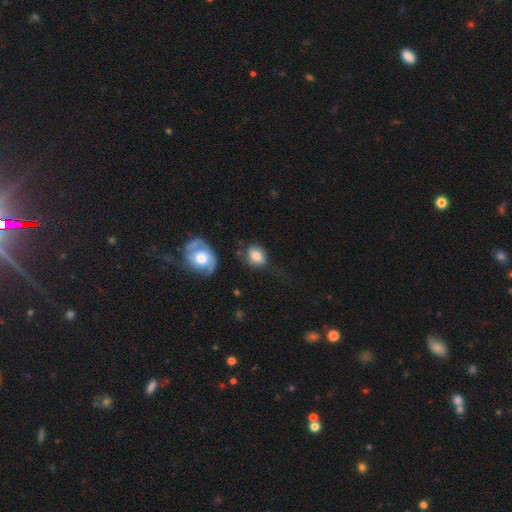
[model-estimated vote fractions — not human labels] Smooth or featured?
  - smooth: 73% *
  - featured or disk: 20%
  - star or artifact: 7%
How rounded?
  - in between: 58% *
  - round: 40%
  - cigar-shaped: 2%
Merging?
  - none: 56% *
  - minor disturbance: 26%
  - major disturbance: 11%
  - merger: 7%